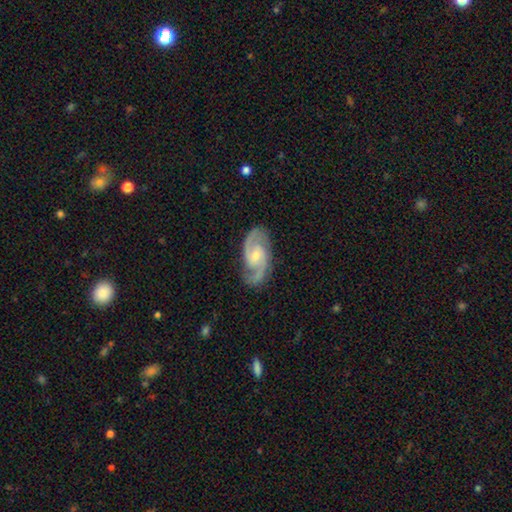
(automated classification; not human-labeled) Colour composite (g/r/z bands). It shows a featured or disk galaxy (90%) with a weak bar (45%), 2 (92%) medium (60%) spiral arms (98%) and a small central bulge (55%). Merging: none (83%).